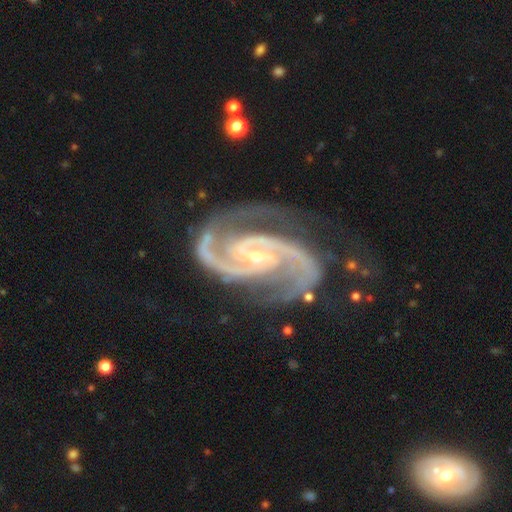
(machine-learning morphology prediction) smooth-or-featured: featured or disk: 95% | star or artifact: 4% | smooth: 2%
  disk-edge-on: no: 98% | yes: 2%
    bar: weak: 42% | no: 32% | strong: 25%
    has-spiral-arms: yes: 99% | no: 1%
      spiral-winding: medium: 57% | tight: 34% | loose: 9%
      spiral-arm-count: 2: 89% | 3: 5% | can't tell: 2% | 4: 1% | 1: 1% | more than 4: 1%
    bulge-size: small: 73% | moderate: 22% | none: 3% | large: 1% | dominant: 1%
  merging: none: 69% | minor disturbance: 19% | major disturbance: 9% | merger: 3%